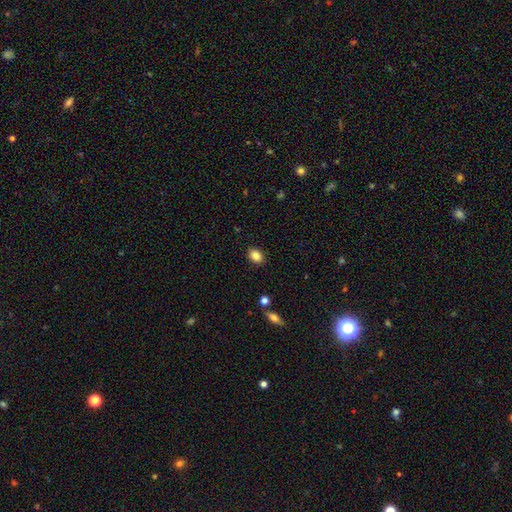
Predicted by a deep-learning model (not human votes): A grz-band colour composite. It shows a smooth galaxy with no disk features (86%) that is in between round and cigar-shaped (68%). Merging: none (88%).